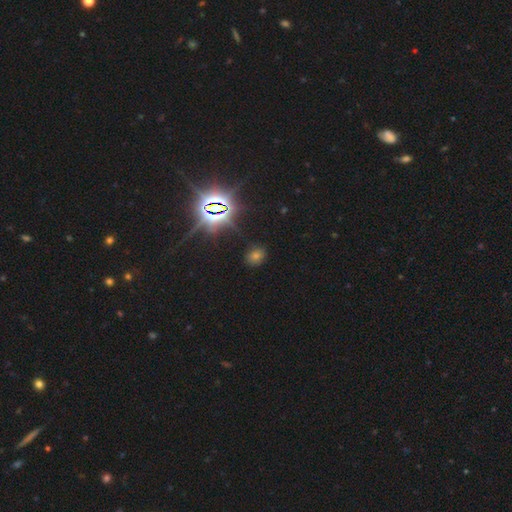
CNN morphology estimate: smooth-or-featured: star or artifact: 54% | smooth: 36% | featured or disk: 9%